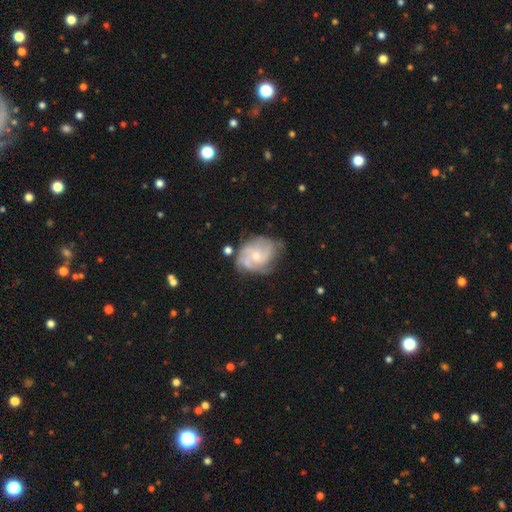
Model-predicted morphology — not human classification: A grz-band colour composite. It shows a featured or disk galaxy (78%) with no bar (73%), 3 (34%) tight (45%) spiral arms (92%) and a small central bulge (61%). Merging: none (59%).